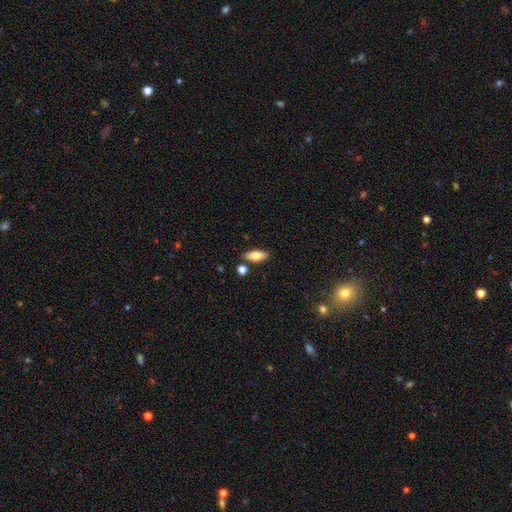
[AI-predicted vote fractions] Smooth or featured? smooth (69%)
How rounded? in between (79%)
Merging? none (83%)